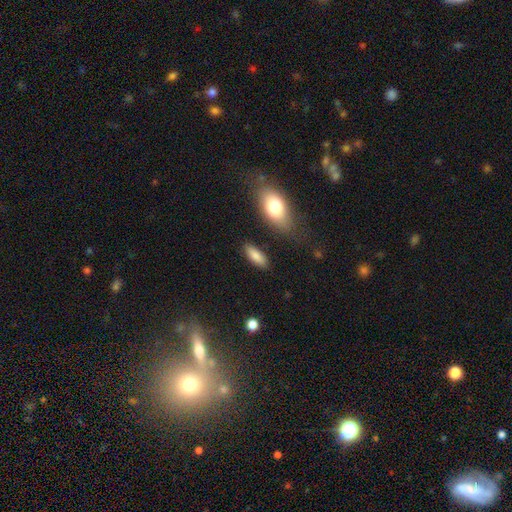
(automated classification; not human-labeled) Smooth or featured?
  - smooth: 84% *
  - featured or disk: 9%
  - star or artifact: 7%
How rounded?
  - in between: 73% *
  - cigar-shaped: 24%
  - round: 2%
Merging?
  - none: 84% *
  - minor disturbance: 10%
  - merger: 3%
  - major disturbance: 3%